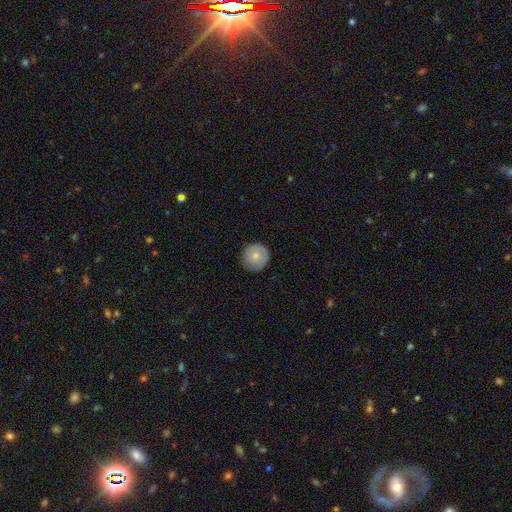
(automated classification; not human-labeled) A smooth galaxy with no disk features (69%) that is round (94%).

Vote fractions:
- Smooth or featured? smooth: 69% / featured or disk: 24% / star or artifact: 7%
- How rounded? round: 94% / in between: 5% / cigar-shaped: 1%
- Merging? none: 83% / minor disturbance: 13% / major disturbance: 3% / merger: 1%